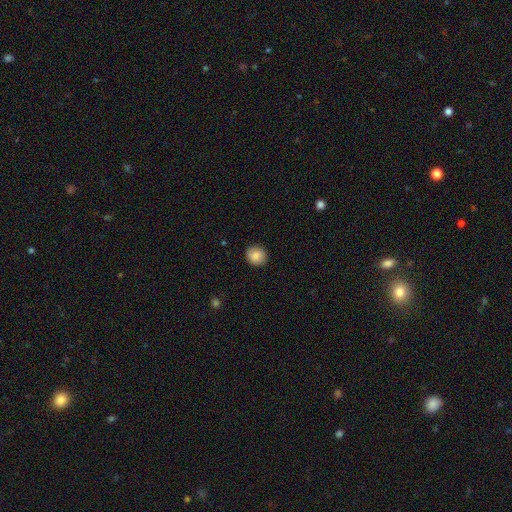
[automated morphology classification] Q: Smooth or featured?
A: smooth (87%); runner-up: star or artifact (9%)
Q: How rounded?
A: round (83%); runner-up: in between (16%)
Q: Merging?
A: none (91%); runner-up: minor disturbance (7%)